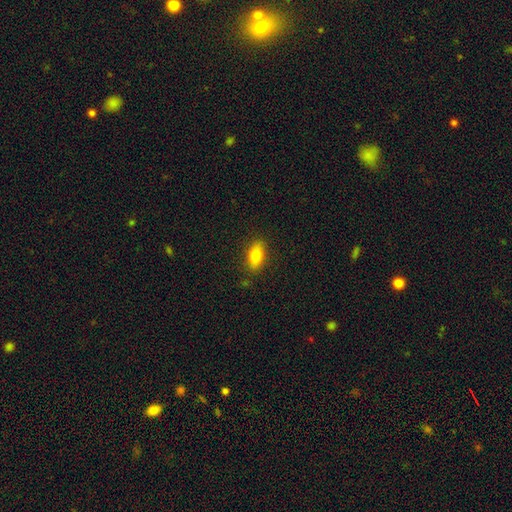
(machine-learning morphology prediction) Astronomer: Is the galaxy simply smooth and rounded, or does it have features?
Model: smooth — 80%.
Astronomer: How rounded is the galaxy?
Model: in between — 85%.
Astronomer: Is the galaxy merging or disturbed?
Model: none — 86%.